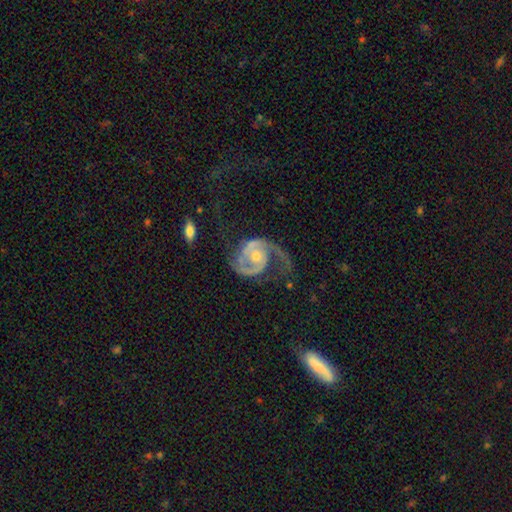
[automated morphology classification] smooth_or_featured: featured or disk (p=0.90) [alt: smooth p=0.06]
disk_edge_on: no (p=0.98) [alt: yes p=0.02]
bar: no (p=0.68) [alt: weak p=0.25]
has_spiral_arms: yes (p=0.96) [alt: no p=0.04]
spiral_winding: medium (p=0.49) [alt: tight p=0.29]
spiral_arm_count: 2 (p=0.77) [alt: 1 p=0.15]
bulge_size: moderate (p=0.54) [alt: small p=0.39]
merging: none (p=0.46) [alt: major disturbance p=0.30]